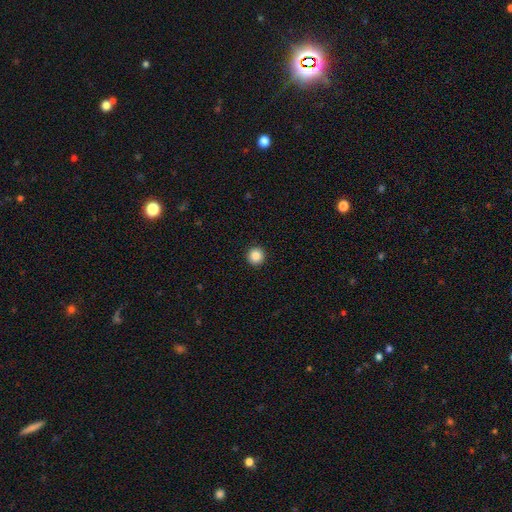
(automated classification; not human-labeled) Smooth or featured? smooth (87%)
How rounded? round (96%)
Merging? none (94%)